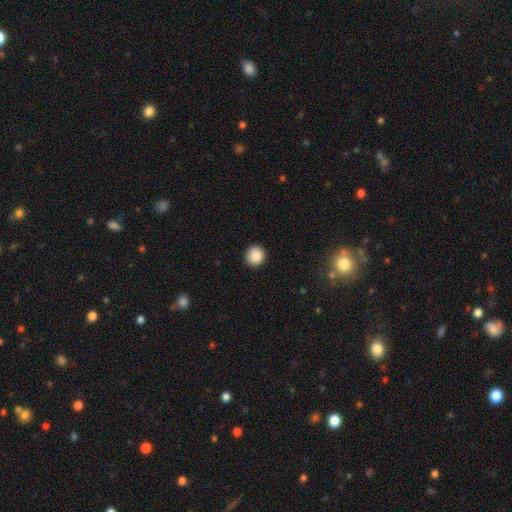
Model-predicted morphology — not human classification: smooth-or-featured: smooth: 88% | star or artifact: 9% | featured or disk: 3%
  how-rounded: round: 89% | in between: 10% | cigar-shaped: 1%
  merging: none: 90% | minor disturbance: 7% | major disturbance: 2% | merger: 1%